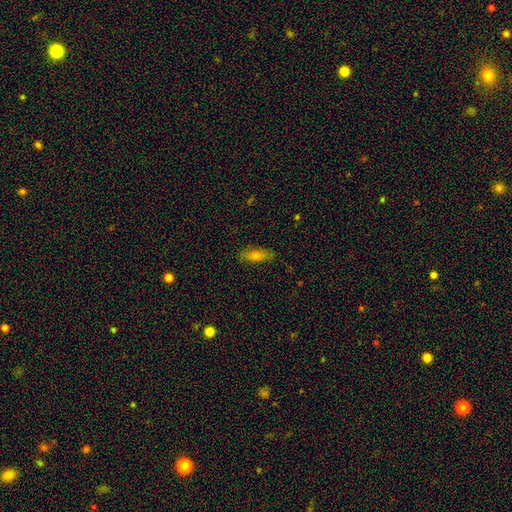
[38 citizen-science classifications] Smooth or featured?
  - smooth: 63% *
  - featured or disk: 29%
  - star or artifact: 8%
How rounded?
  - in between: 50% *
  - cigar-shaped: 46%
  - round: 4%
Merging?
  - none: 86% *
  - minor disturbance: 11%
  - major disturbance: 3%
  - merger: 0%